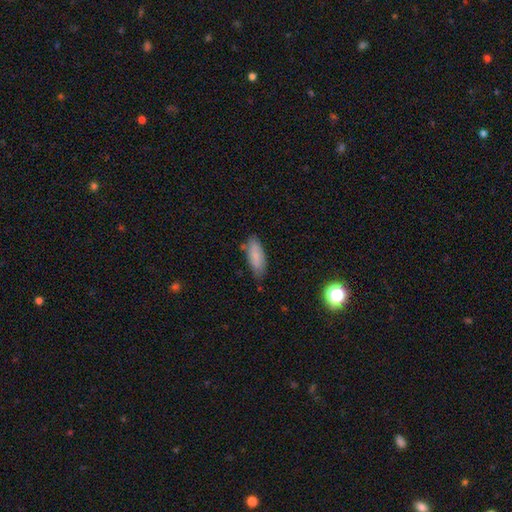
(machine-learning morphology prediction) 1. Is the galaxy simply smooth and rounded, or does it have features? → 79% smooth, 14% featured or disk, 7% star or artifact.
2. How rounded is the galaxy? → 75% in between, 23% cigar-shaped, 2% round.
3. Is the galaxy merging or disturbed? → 72% none, 21% minor disturbance, 4% major disturbance, 3% merger.